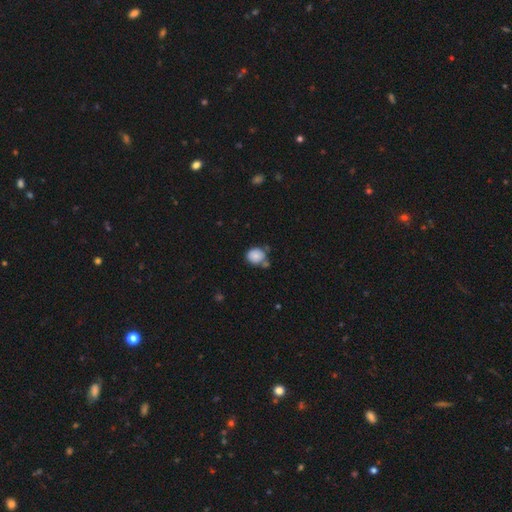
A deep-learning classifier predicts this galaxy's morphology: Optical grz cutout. It shows a smooth galaxy with no disk features (84%) that is round (75%). Merging: none (56%).